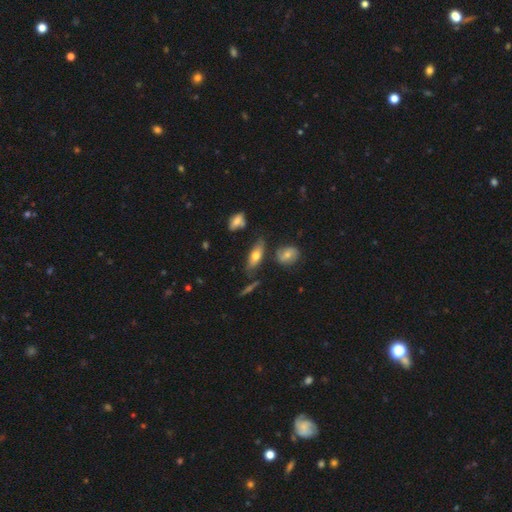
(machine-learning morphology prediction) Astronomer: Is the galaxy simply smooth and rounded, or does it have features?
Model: smooth — 64%.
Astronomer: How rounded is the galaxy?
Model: in between — 73%.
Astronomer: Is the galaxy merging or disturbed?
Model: none — 70%.